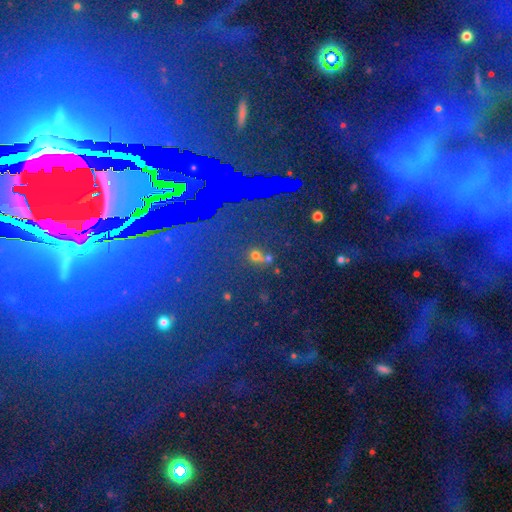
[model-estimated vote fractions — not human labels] A smooth galaxy with no disk features (52%) that is round (76%). Merging: none (58%).